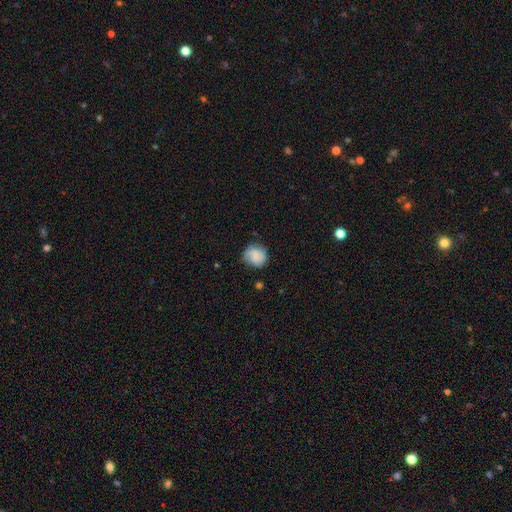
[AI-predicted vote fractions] This is likely a smooth galaxy (62%). How rounded: clearly round (82%). Merging: likely none (72%).